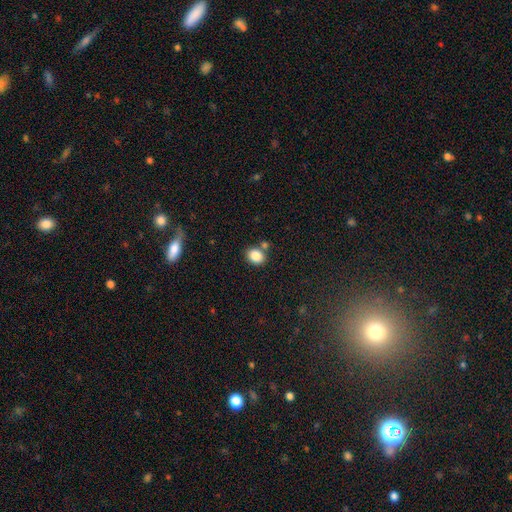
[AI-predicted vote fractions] Smooth or featured: smooth — 86% (star or artifact — 9%)
How rounded: round — 50% (in between — 49%)
Merging: none — 70% (merger — 16%)